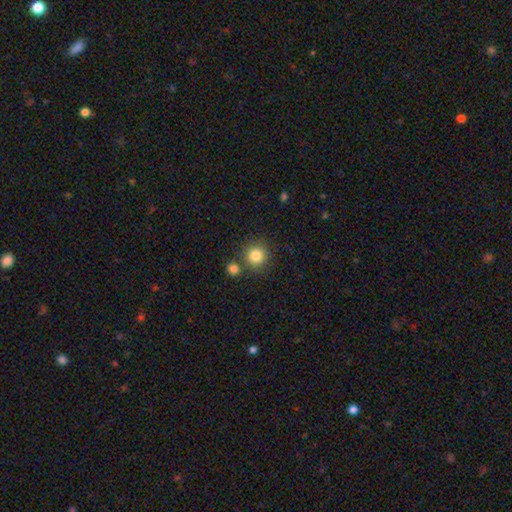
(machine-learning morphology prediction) Smooth or featured: smooth — 83% (star or artifact — 11%)
How rounded: round — 93% (in between — 6%)
Merging: none — 77% (merger — 12%)